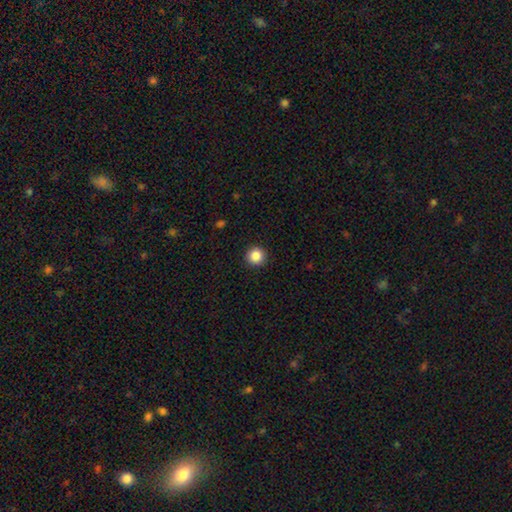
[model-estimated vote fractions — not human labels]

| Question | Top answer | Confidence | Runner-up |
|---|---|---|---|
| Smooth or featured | smooth | 87% | star or artifact (10%) |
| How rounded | round | 96% | in between (4%) |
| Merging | none | 93% | minor disturbance (5%) |